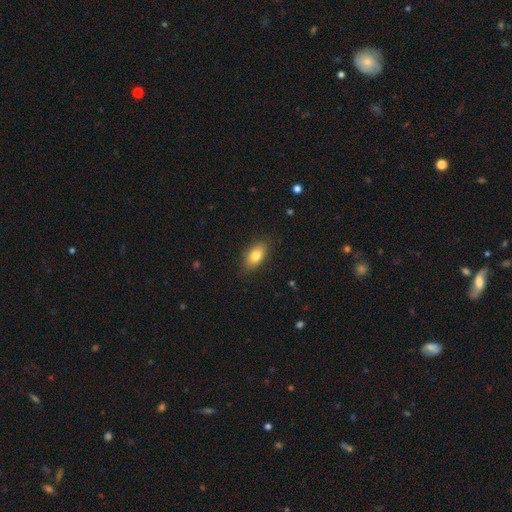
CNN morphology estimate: smooth_or_featured: smooth (p=0.80) [alt: featured or disk p=0.12]
how_rounded: in between (p=0.89) [alt: round p=0.06]
merging: none (p=0.86) [alt: minor disturbance p=0.10]